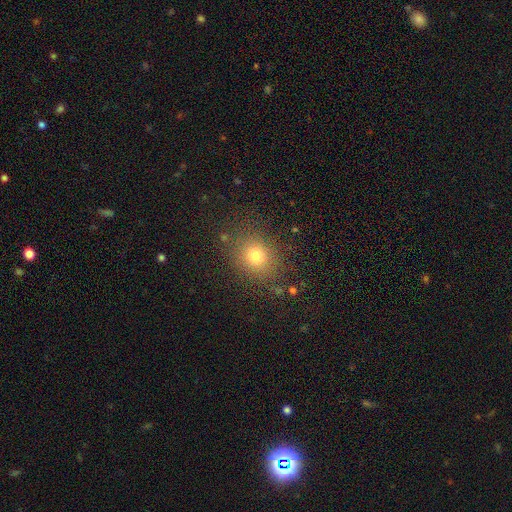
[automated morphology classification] This is likely a smooth galaxy (76%). How rounded: likely round (72%). Merging: clearly none (83%).